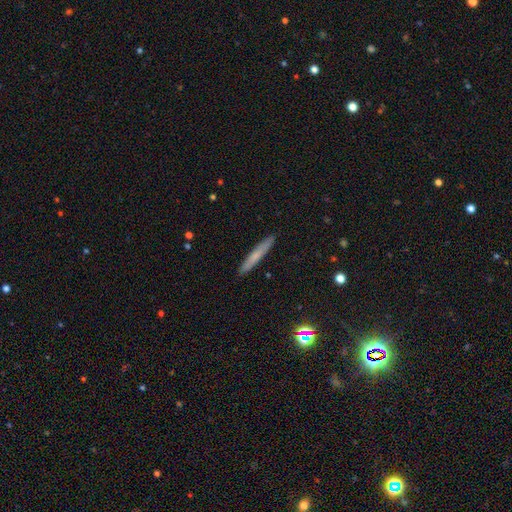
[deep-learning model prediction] Smooth or featured? Predicted: smooth (p=0.63). How rounded? Predicted: cigar-shaped (p=0.95). Merging? Predicted: none (p=0.91).